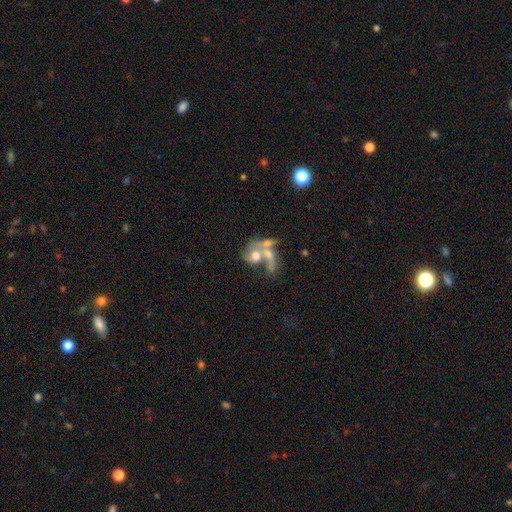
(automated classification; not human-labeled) Overall: featured or disk (52%; smooth 39%). Edge-on disk: no (95%). Merging: merger (64%).